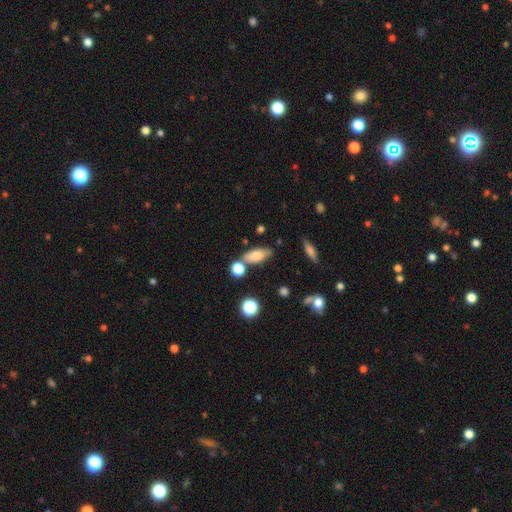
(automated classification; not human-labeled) Smooth or featured: smooth — 74% (featured or disk — 17%)
How rounded: in between — 75% (cigar-shaped — 20%)
Merging: none — 68% (minor disturbance — 15%)